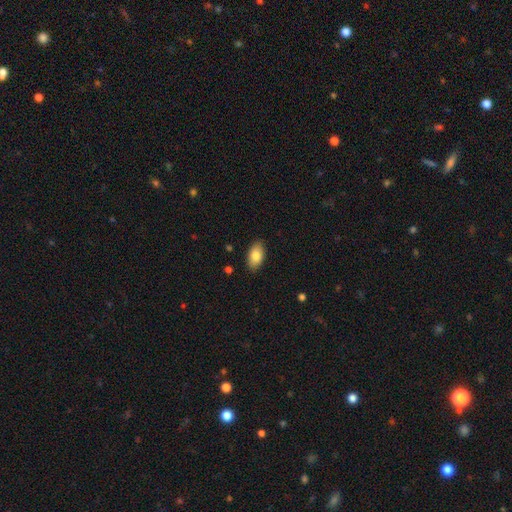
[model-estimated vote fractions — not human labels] A smooth galaxy with no disk features (84%) that is in between round and cigar-shaped (93%).

Vote fractions:
- Smooth or featured? smooth: 84% / featured or disk: 9% / star or artifact: 7%
- How rounded? in between: 93% / round: 5% / cigar-shaped: 2%
- Merging? none: 88% / minor disturbance: 9% / major disturbance: 2% / merger: 1%